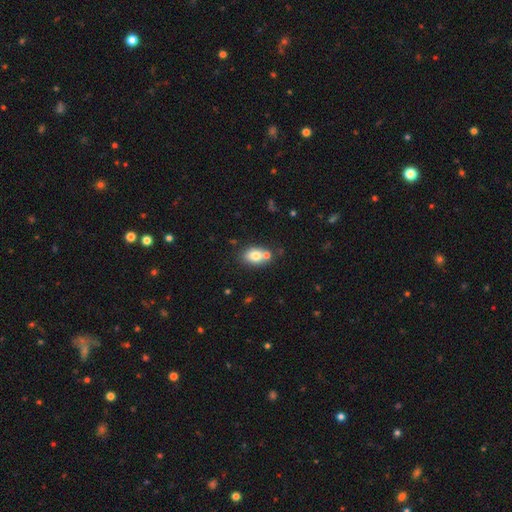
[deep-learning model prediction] smooth-or-featured: smooth: 76% | featured or disk: 14% | star or artifact: 9%
  how-rounded: in between: 74% | round: 24% | cigar-shaped: 1%
  merging: none: 57% | merger: 26% | minor disturbance: 13% | major disturbance: 4%